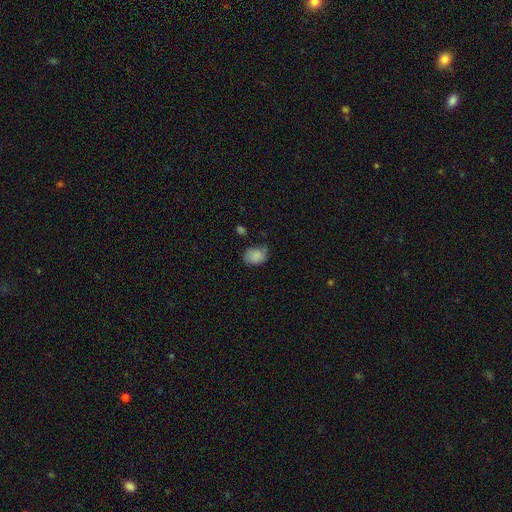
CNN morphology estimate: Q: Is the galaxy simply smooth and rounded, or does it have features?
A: smooth — 85%.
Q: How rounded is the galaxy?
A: in between — 67%.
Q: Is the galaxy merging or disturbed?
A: none — 64%.